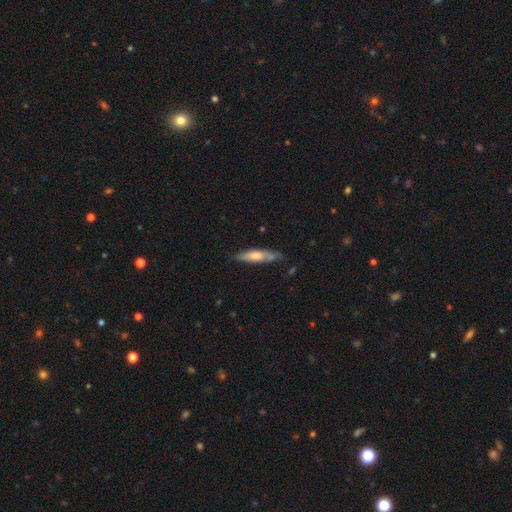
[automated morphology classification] Overall: smooth (58%; featured or disk 36%). How rounded: cigar-shaped (77%). Merging: none (69%).